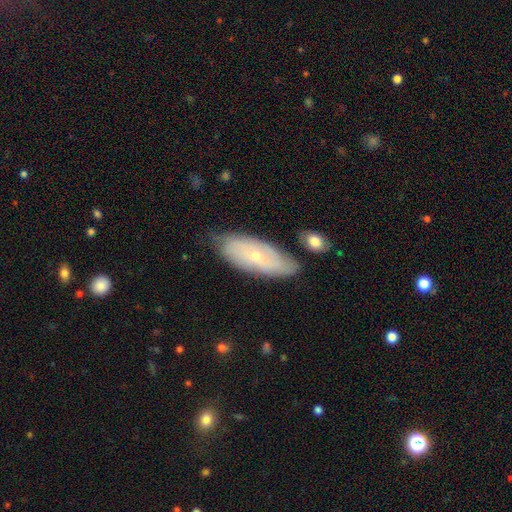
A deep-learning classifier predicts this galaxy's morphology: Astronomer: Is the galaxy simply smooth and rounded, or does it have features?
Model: featured or disk — 53% (runner-up: smooth, 40%).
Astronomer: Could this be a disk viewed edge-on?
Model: no — 84%.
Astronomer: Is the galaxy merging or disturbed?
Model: none — 71%.